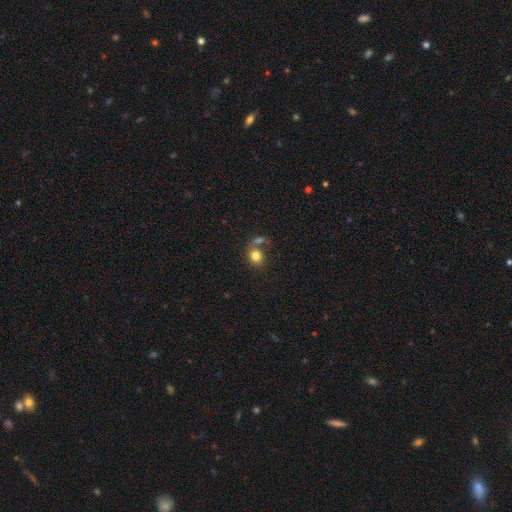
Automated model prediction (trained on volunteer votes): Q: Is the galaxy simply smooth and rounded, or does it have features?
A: smooth — 80%.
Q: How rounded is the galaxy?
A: round — 66%.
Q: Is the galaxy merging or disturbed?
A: none — 52%.